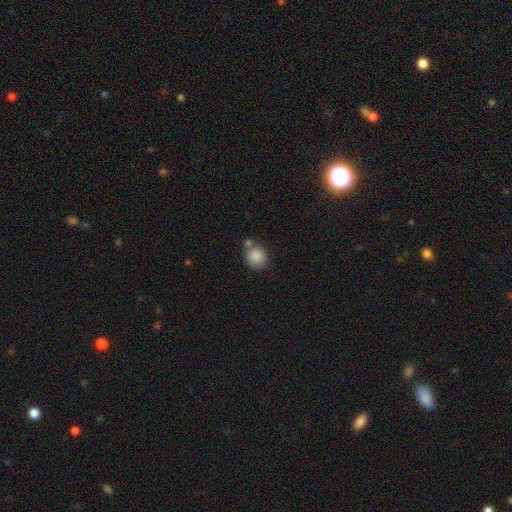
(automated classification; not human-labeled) The model was most divided on "merging": none: 60%, merger: 21%, minor disturbance: 14%, major disturbance: 5%. More confident: smooth or featured — smooth (87%); how rounded — round (84%).